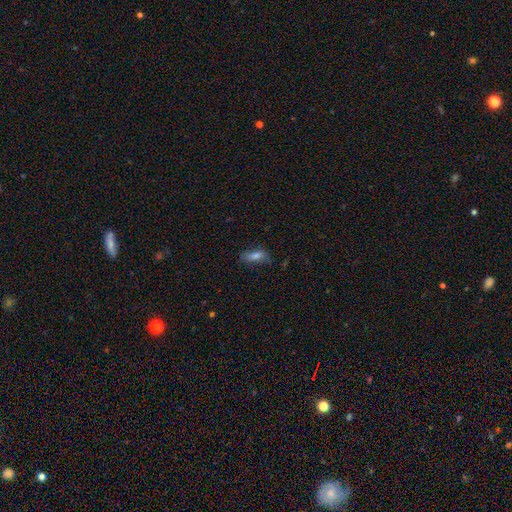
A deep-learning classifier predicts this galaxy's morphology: This is likely a smooth galaxy (69%). How rounded: likely in between (69%). Merging: likely none (67%).